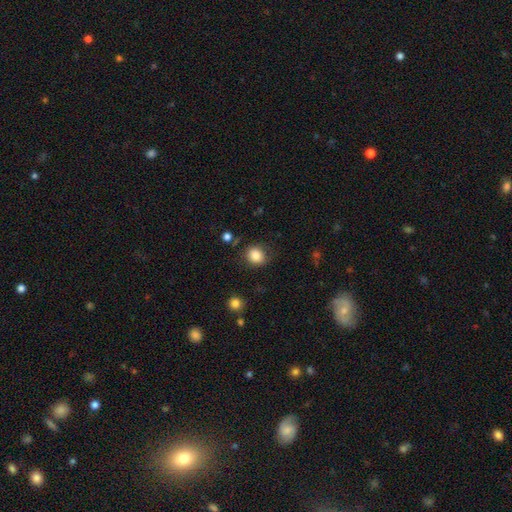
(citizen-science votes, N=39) This is clearly a smooth galaxy (87%). How rounded: clearly round (88%). Merging: likely none (74%).